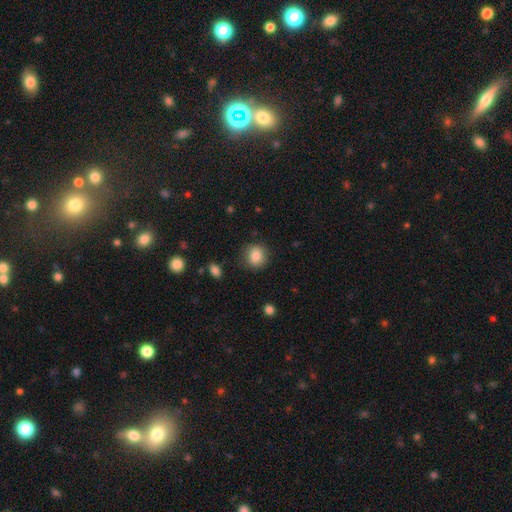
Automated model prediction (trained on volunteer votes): Smooth or featured? Predicted: smooth (p=0.84). How rounded? Predicted: round (p=0.85). Merging? Predicted: none (p=0.85).